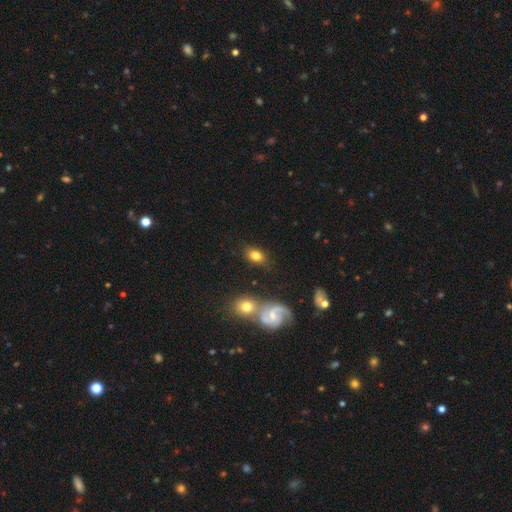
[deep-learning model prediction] smooth-or-featured: smooth: 72% | featured or disk: 18% | star or artifact: 10%
  how-rounded: in between: 79% | round: 19% | cigar-shaped: 2%
  merging: none: 77% | minor disturbance: 13% | merger: 6% | major disturbance: 4%